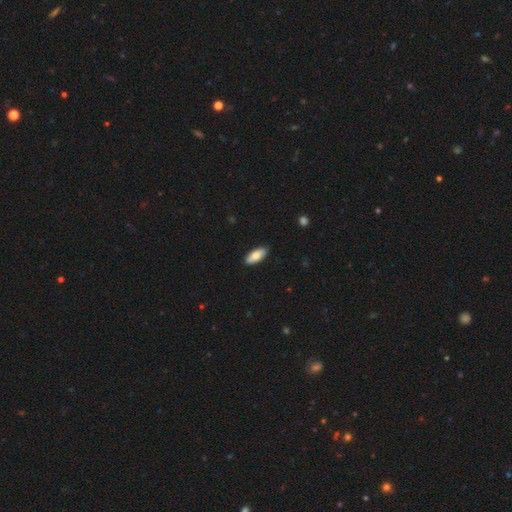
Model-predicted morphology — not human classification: A smooth galaxy with no disk features (80%) that is in between round and cigar-shaped (84%). Merging: none (89%).